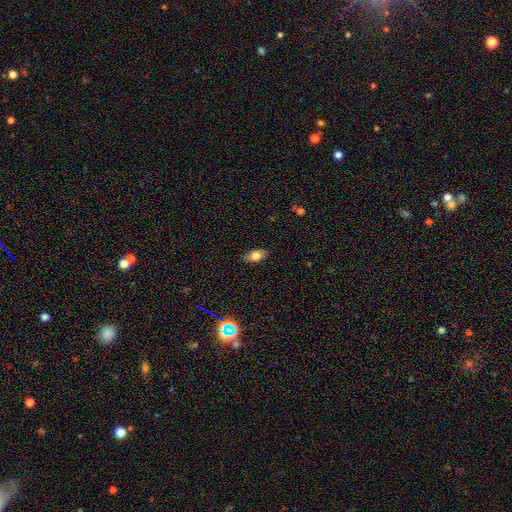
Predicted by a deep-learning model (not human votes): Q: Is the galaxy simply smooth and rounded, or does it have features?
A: smooth — 78%.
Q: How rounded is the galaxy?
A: in between — 89%.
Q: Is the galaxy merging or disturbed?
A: none — 86%.